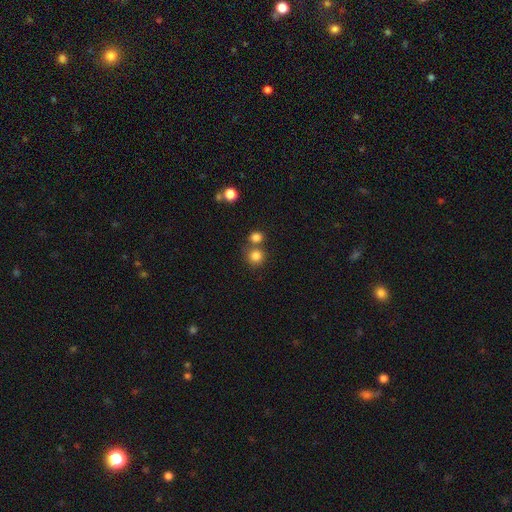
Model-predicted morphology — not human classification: The model was most divided on "merging": none: 61%, merger: 28%, minor disturbance: 8%, major disturbance: 3%. More confident: how rounded — round (89%); smooth or featured — smooth (82%).